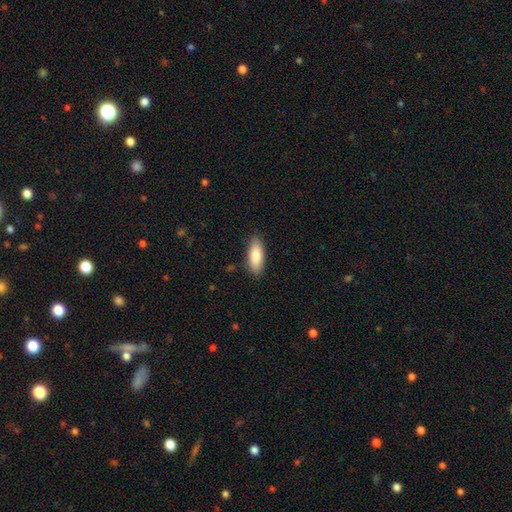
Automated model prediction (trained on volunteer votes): Q: Smooth or featured?
A: smooth (85%); runner-up: featured or disk (9%)
Q: How rounded?
A: in between (74%); runner-up: cigar-shaped (24%)
Q: Merging?
A: none (87%); runner-up: minor disturbance (10%)